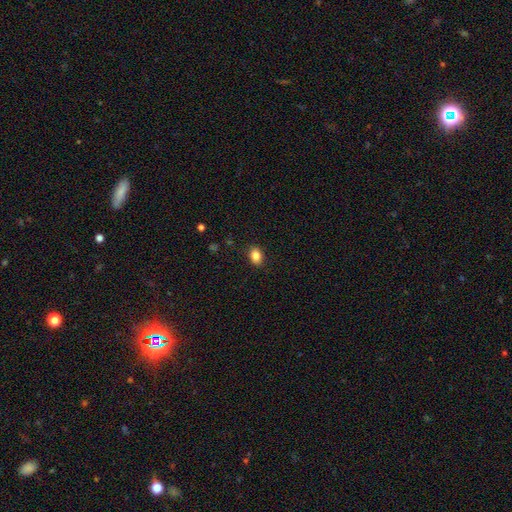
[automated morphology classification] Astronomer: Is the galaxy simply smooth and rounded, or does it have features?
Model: smooth — 85%.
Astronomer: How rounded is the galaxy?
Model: in between — 75%.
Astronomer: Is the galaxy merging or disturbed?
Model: none — 89%.